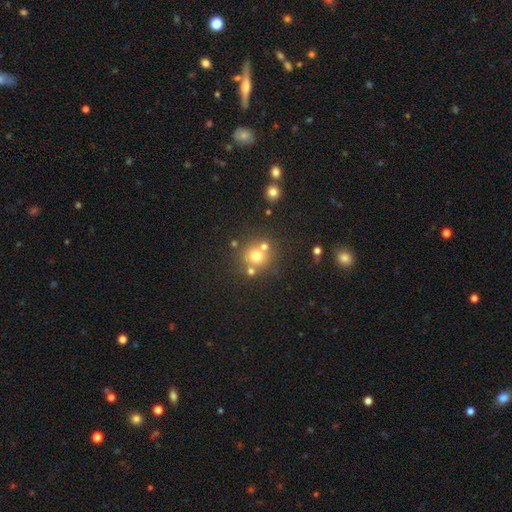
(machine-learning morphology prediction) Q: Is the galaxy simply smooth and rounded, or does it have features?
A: smooth — 69%.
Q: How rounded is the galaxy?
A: round — 90%.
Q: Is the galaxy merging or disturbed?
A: none — 63%.